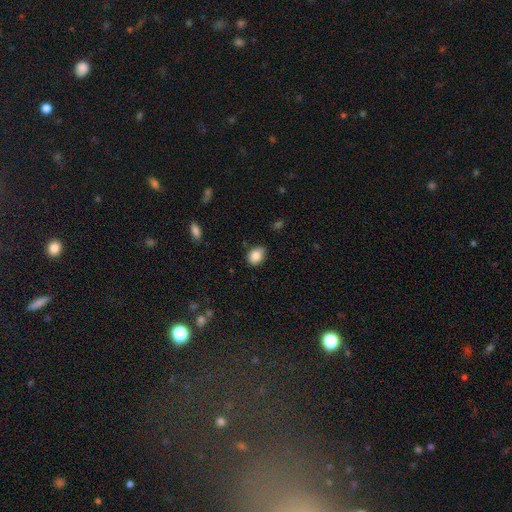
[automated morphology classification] The model was most divided on "how rounded": in between: 64%, round: 35%, cigar-shaped: 1%. More confident: smooth or featured — smooth (85%); merging — none (76%).